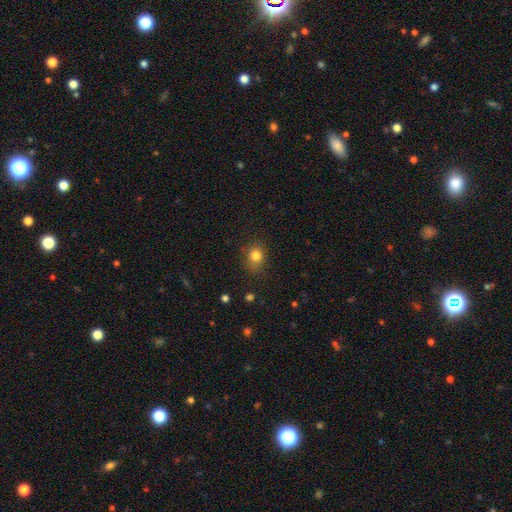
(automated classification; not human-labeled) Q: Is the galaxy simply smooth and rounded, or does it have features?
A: smooth — 82%.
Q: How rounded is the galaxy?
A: round — 65%.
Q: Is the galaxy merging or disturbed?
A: none — 81%.